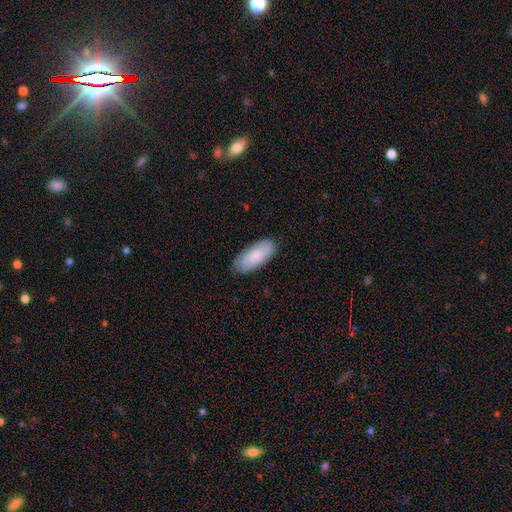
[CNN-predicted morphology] Smooth or featured? Predicted: smooth (p=0.73). How rounded? Predicted: in between (p=0.89). Merging? Predicted: none (p=0.83).